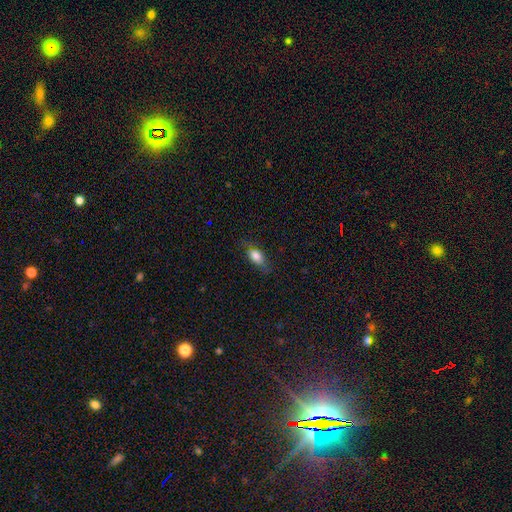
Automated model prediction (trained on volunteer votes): Smooth or featured? smooth (77%)
How rounded? in between (81%)
Merging? none (68%)